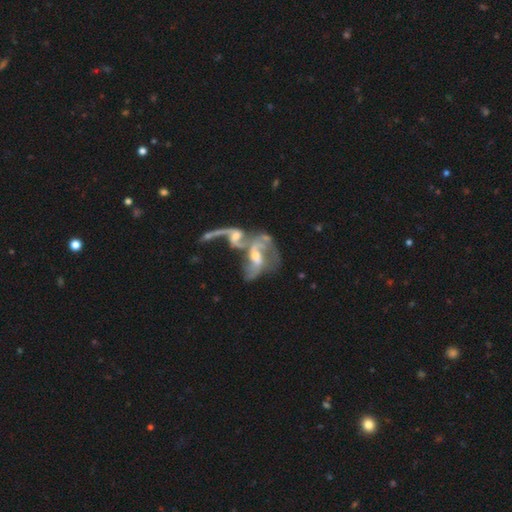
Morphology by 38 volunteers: type=featured or disk (95%); edge-on=no (100%); bar=weak (42%, tied with no); spiral arms=yes (83%); winding=loose (73%); arm count=2 (63%); bulge=moderate (53%); merging=merger (74%).